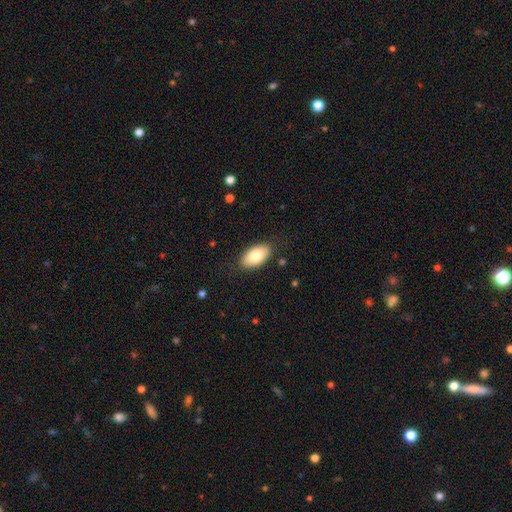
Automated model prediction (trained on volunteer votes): smooth 79%, featured or disk 15%, star or artifact 6%. Down the decision tree: how rounded — in between (95%); merging — none (85%).